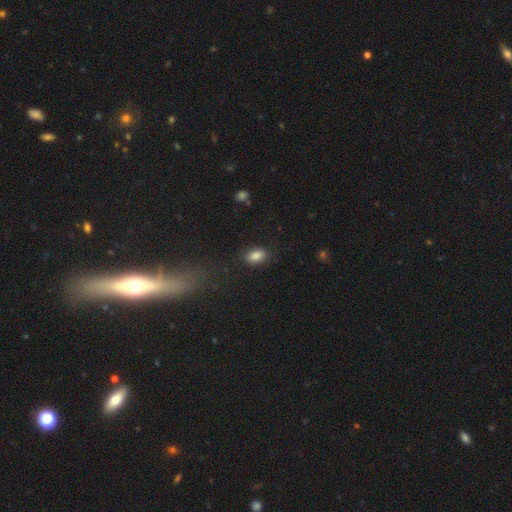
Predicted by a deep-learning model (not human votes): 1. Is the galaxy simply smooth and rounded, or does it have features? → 86% smooth, 9% star or artifact, 5% featured or disk.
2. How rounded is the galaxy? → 87% in between, 11% round, 2% cigar-shaped.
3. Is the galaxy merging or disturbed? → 85% none, 10% minor disturbance, 3% major disturbance, 1% merger.